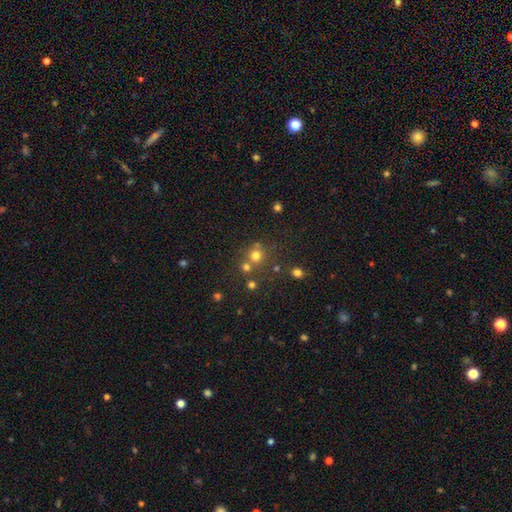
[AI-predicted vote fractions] Morphology: type=smooth (70%); roundness=round (90%); merging=none (65%).